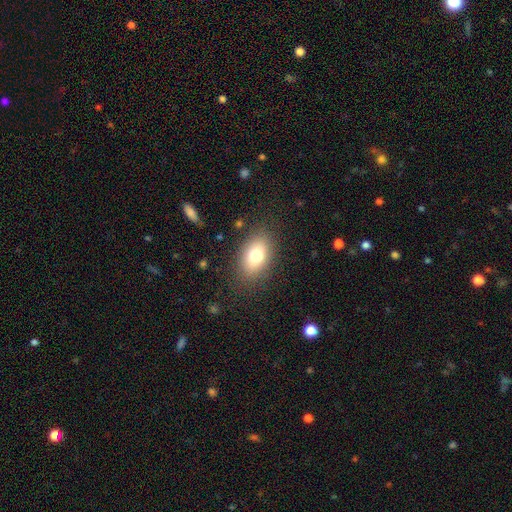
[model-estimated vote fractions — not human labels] Overall: smooth (75%). How rounded: in between (86%). Merging: none (84%).